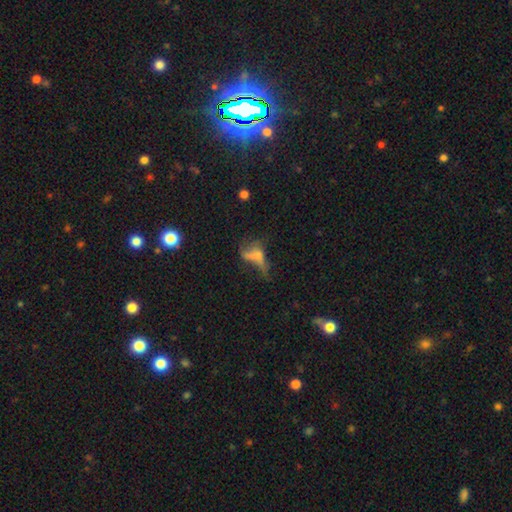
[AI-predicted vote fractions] smooth 41%, featured or disk 38%, star or artifact 21%. Down the decision tree: merging — major disturbance (39%).